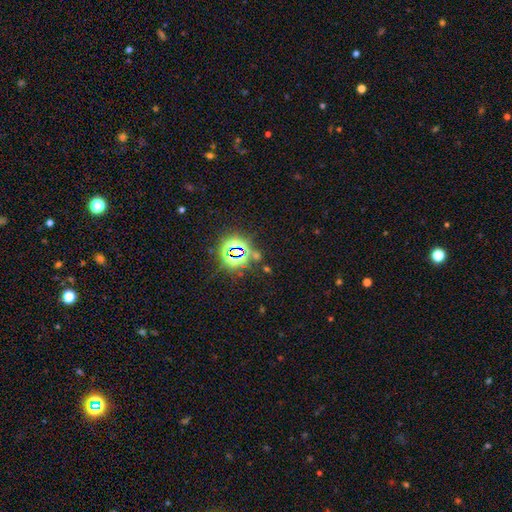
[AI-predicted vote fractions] Smooth or featured?
  - star or artifact: 77% *
  - smooth: 15%
  - featured or disk: 8%